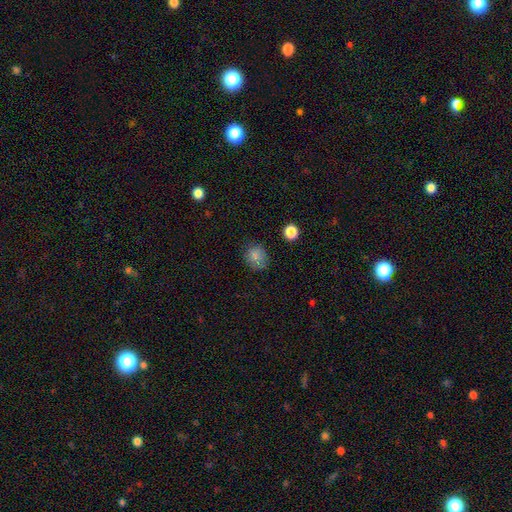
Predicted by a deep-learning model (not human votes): The model was most divided on "how rounded": round: 70%, in between: 29%, cigar-shaped: 1%. More confident: smooth or featured — smooth (81%); merging — none (73%).